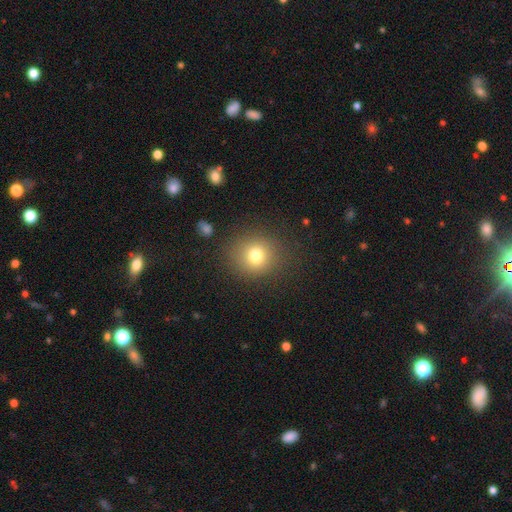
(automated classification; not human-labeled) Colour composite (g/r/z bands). It shows a smooth galaxy with no disk features (77%) that is round (84%). Merging: none (85%).